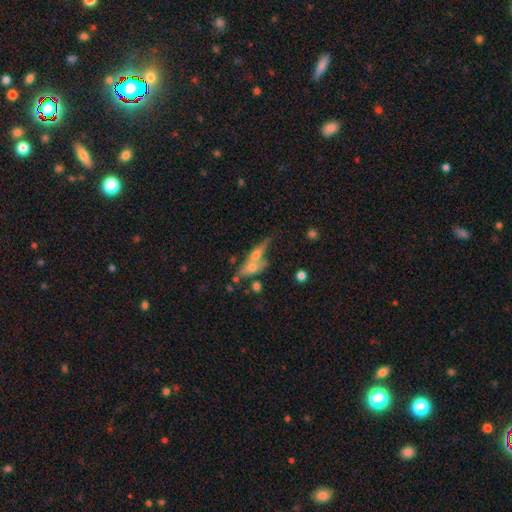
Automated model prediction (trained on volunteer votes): Morphology: type=featured or disk (53%); edge-on=yes (58%); merging=merger (46%).